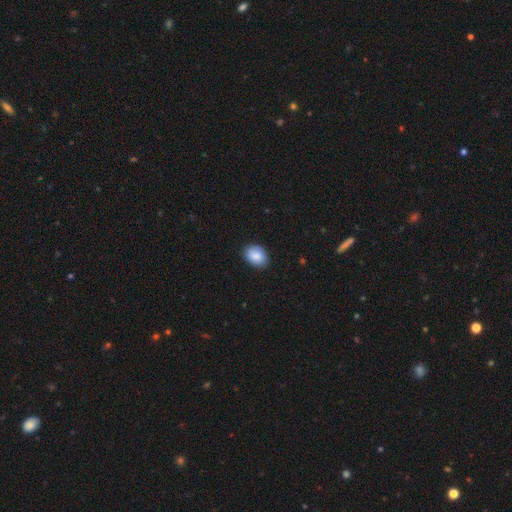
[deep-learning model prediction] A smooth galaxy with no disk features (86%) that is in between round and cigar-shaped (70%).

Vote fractions:
- Smooth or featured? smooth: 86% / star or artifact: 7% / featured or disk: 7%
- How rounded? in between: 70% / round: 29% / cigar-shaped: 1%
- Merging? none: 86% / minor disturbance: 11% / major disturbance: 2% / merger: 1%